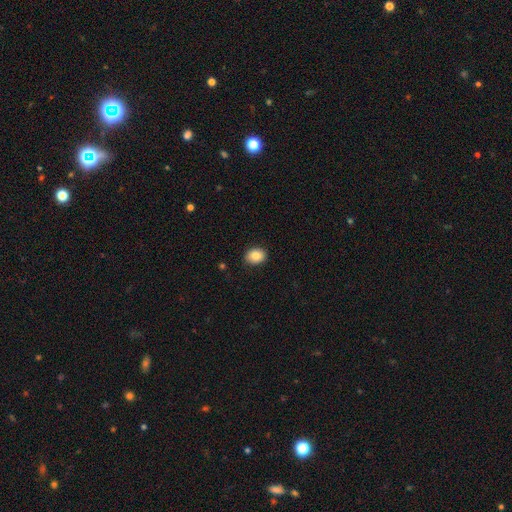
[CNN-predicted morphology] This appears to be a smooth galaxy with no disk features (84%) that is in between round and cigar-shaped (57%). Merging: none (89%).